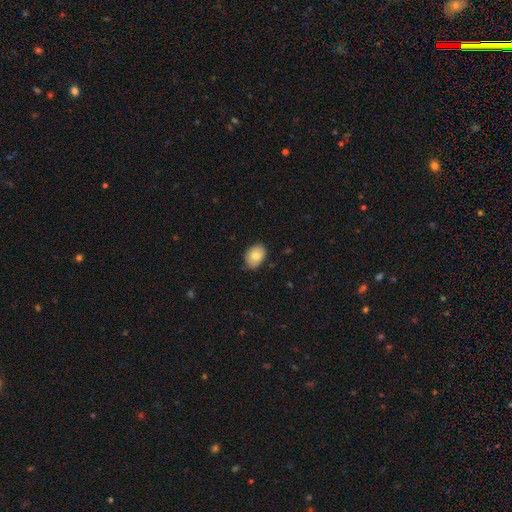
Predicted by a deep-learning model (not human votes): This appears to be a smooth galaxy with no disk features (78%) that is in between round and cigar-shaped (76%). Merging: none (81%).